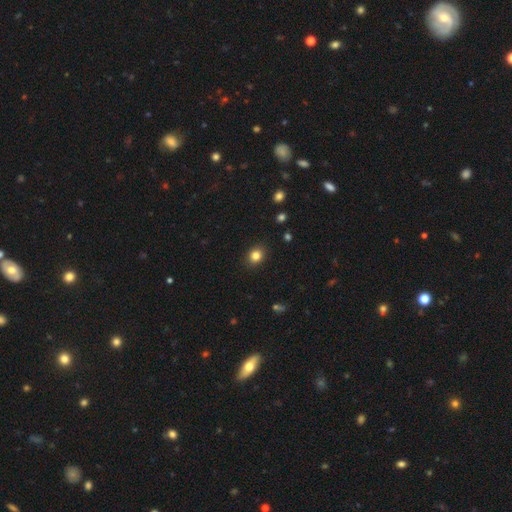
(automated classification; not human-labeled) Q: Smooth or featured?
A: smooth (83%); runner-up: star or artifact (11%)
Q: How rounded?
A: round (66%); runner-up: in between (33%)
Q: Merging?
A: none (89%); runner-up: minor disturbance (8%)